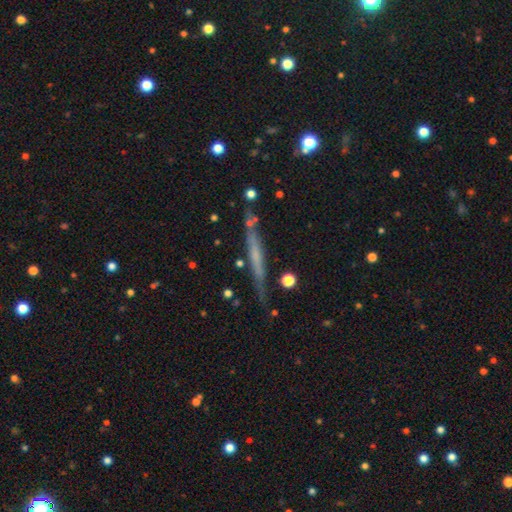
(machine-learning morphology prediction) featured or disk 55%, smooth 36%, star or artifact 9%. Down the decision tree: edge-on disk — yes (93%); edge-on bulge — none (76%); merging — none (77%).